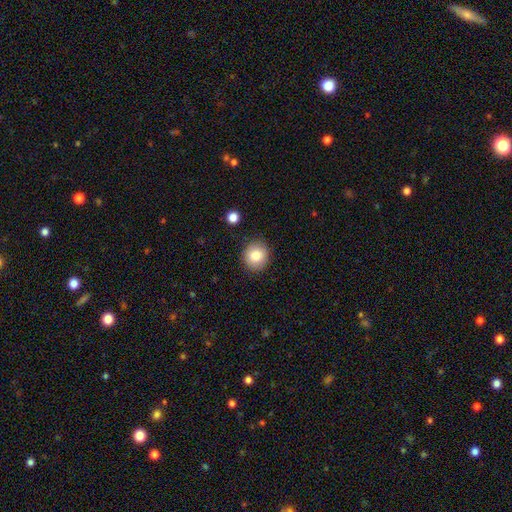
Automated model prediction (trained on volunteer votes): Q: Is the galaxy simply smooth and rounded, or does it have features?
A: smooth — 83%.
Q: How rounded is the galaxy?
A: round — 85%.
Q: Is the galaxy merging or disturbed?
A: none — 88%.